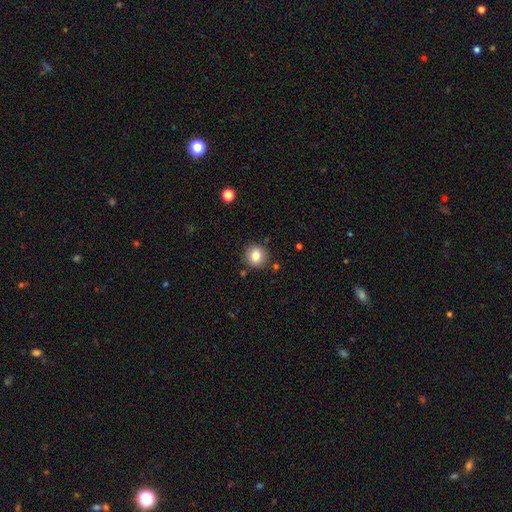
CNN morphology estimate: Q: Smooth or featured?
A: smooth (81%); runner-up: star or artifact (10%)
Q: How rounded?
A: round (89%); runner-up: in between (10%)
Q: Merging?
A: none (86%); runner-up: minor disturbance (9%)